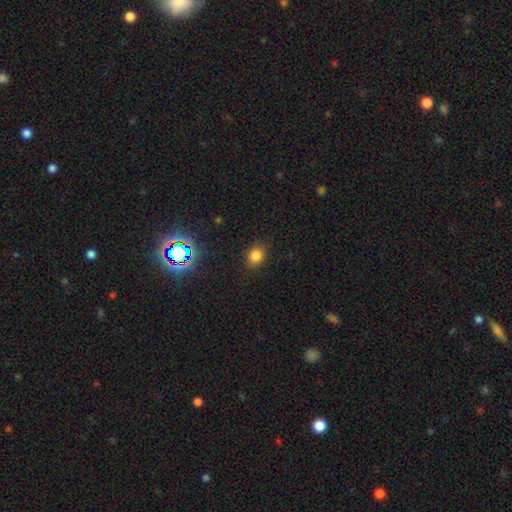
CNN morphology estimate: Smooth or featured?
  - smooth: 80% *
  - star or artifact: 15%
  - featured or disk: 5%
How rounded?
  - in between: 57% *
  - round: 42%
  - cigar-shaped: 1%
Merging?
  - none: 86% *
  - minor disturbance: 10%
  - major disturbance: 3%
  - merger: 1%